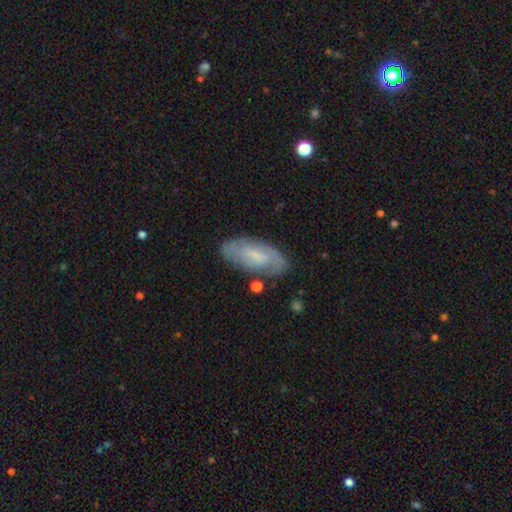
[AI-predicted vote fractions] Overall: featured or disk (55%; smooth 37%). Edge-on disk: no (89%). Merging: none (75%).